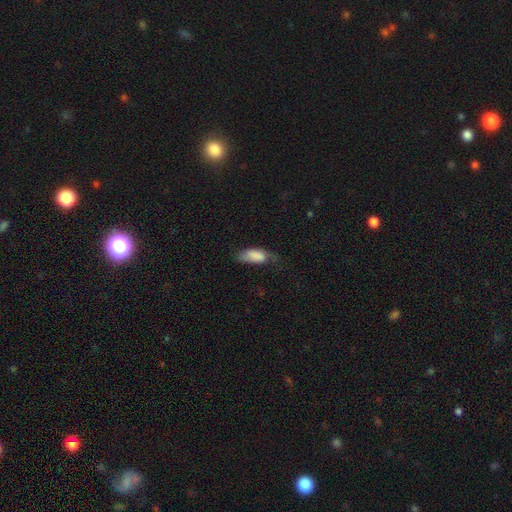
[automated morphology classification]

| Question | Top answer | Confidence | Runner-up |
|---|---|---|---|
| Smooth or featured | smooth | 81% | featured or disk (13%) |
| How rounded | in between | 86% | cigar-shaped (12%) |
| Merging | minor disturbance | 36% | none (34%) |